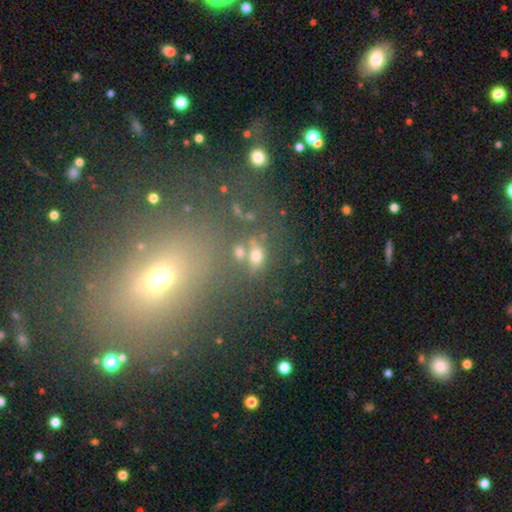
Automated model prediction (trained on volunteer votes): A smooth galaxy with no disk features (55%) that is in between round and cigar-shaped (68%). Merging: none (55%).